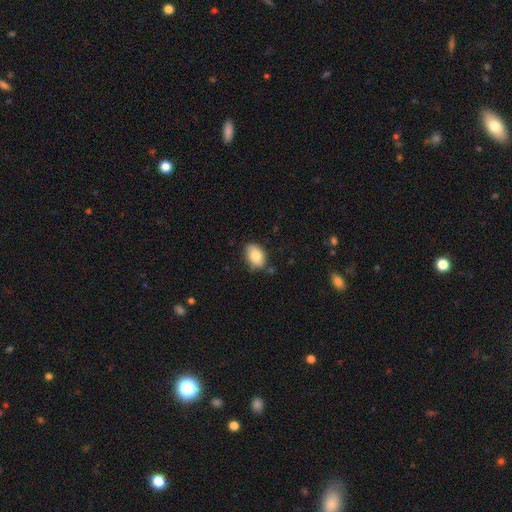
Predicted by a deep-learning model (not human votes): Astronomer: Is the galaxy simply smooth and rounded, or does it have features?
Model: smooth — 84%.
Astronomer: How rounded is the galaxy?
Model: in between — 87%.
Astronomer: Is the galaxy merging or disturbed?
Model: none — 77%.